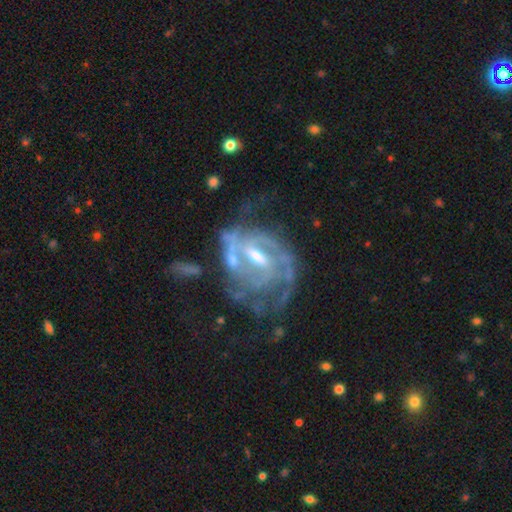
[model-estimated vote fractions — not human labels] Smooth or featured: featured or disk — 88% (star or artifact — 6%)
Edge-on disk: no — 97% (yes — 3%)
Bar: weak — 48% (strong — 37%)
Spiral arms: yes — 92% (no — 8%)
Spiral winding: tight — 52% (medium — 38%)
Spiral arm count: 2 — 40% (can't tell — 28%)
Bulge size: moderate — 56% (small — 34%)
Merging: none — 46% (major disturbance — 23%)